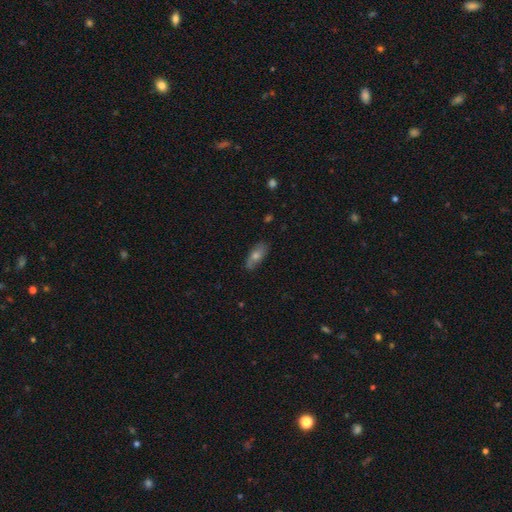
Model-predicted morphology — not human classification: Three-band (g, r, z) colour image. It shows a smooth galaxy with no disk features (56%) that is in between round and cigar-shaped (75%). Merging: none (77%).